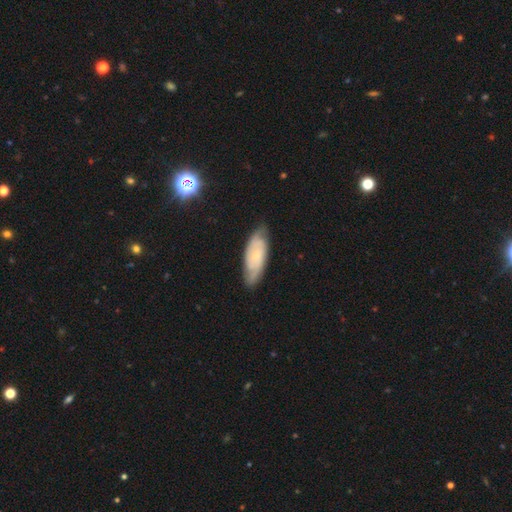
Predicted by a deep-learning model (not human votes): Smooth or featured? featured or disk (61%)
Edge-on disk? no (87%)
Bar? no (64%)
Spiral arms? yes (90%)
Bulge size? small (62%)
Merging? none (74%)